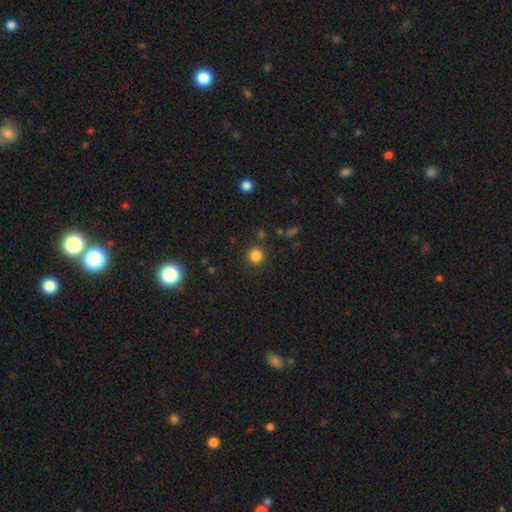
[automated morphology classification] Smooth or featured: smooth — 83% (star or artifact — 13%)
How rounded: round — 94% (in between — 5%)
Merging: none — 88% (minor disturbance — 6%)